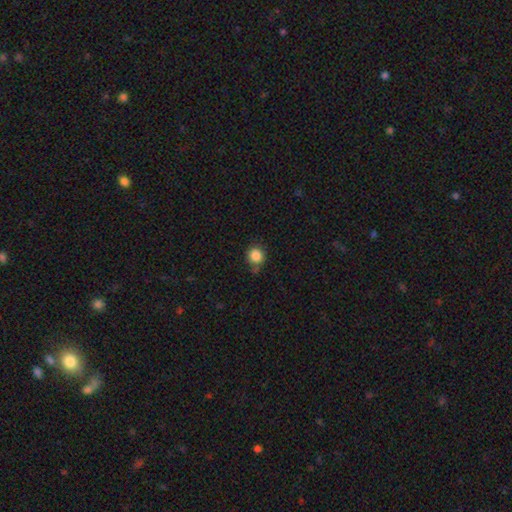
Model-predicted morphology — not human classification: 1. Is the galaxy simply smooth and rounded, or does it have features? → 85% smooth, 10% star or artifact, 4% featured or disk.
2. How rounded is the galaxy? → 89% round, 11% in between, 1% cigar-shaped.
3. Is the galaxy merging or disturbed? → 74% none, 16% minor disturbance, 6% merger, 4% major disturbance.